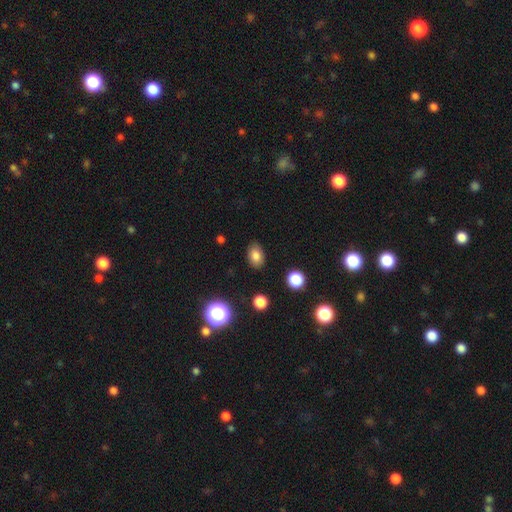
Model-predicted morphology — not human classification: smooth 80%, star or artifact 12%, featured or disk 8%. Down the decision tree: how rounded — in between (80%); merging — none (84%).